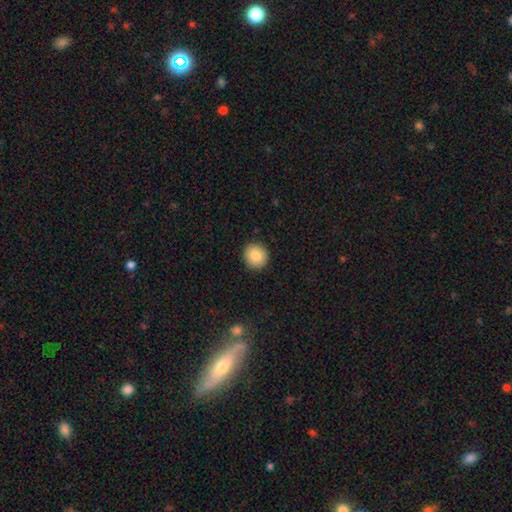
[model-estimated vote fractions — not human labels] Smooth or featured: smooth — 87% (star or artifact — 8%)
How rounded: round — 89% (in between — 10%)
Merging: none — 92% (minor disturbance — 6%)